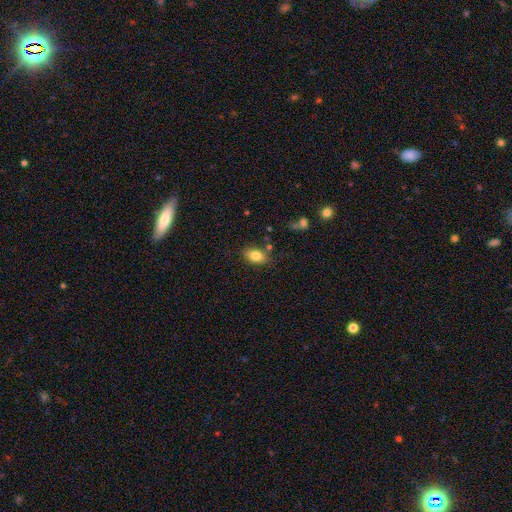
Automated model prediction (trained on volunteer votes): Smooth or featured? Predicted: smooth (p=0.81). How rounded? Predicted: in between (p=0.84). Merging? Predicted: none (p=0.79).